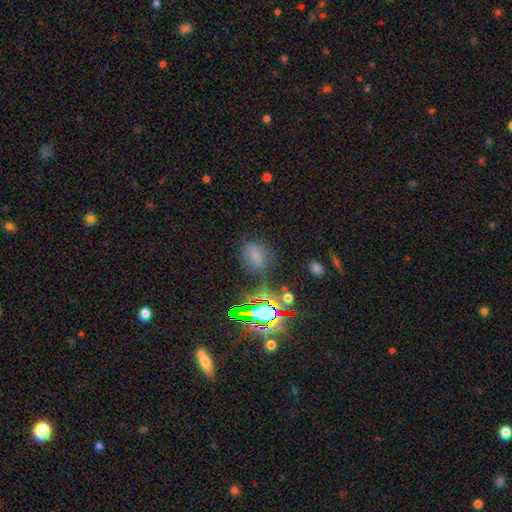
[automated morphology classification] smooth_or_featured: smooth (p=0.56) [alt: star or artifact p=0.30]
how_rounded: in between (p=0.70) [alt: round p=0.27]
merging: none (p=0.64) [alt: minor disturbance p=0.21]